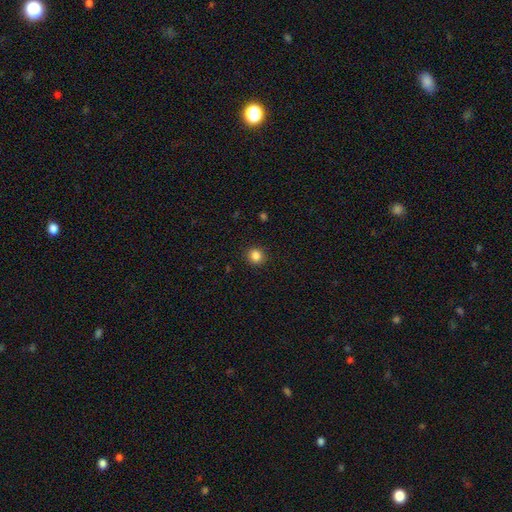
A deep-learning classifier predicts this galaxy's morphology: A smooth galaxy with no disk features (85%) that is round (89%). Merging: none (91%).